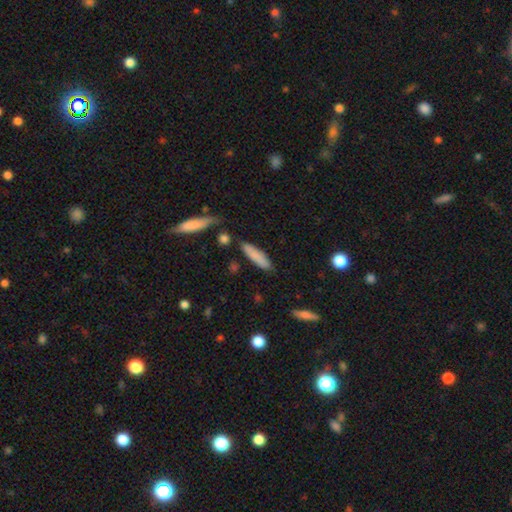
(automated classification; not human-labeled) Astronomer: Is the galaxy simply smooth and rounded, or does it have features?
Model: smooth — 82%.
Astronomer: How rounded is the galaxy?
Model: cigar-shaped — 72%.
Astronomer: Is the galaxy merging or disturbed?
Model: none — 80%.